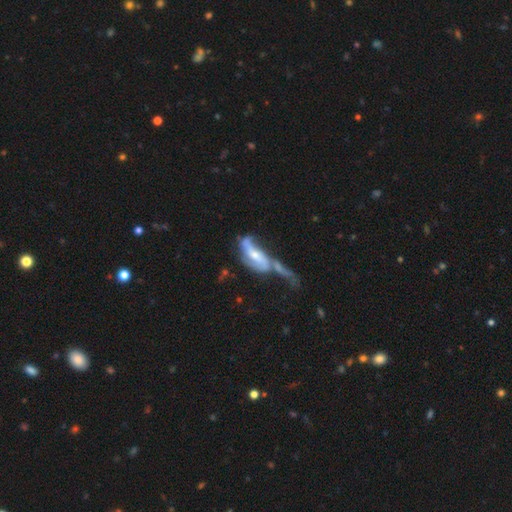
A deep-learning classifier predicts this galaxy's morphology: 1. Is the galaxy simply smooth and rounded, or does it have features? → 71% featured or disk, 22% smooth, 7% star or artifact.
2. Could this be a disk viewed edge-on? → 88% no, 12% yes.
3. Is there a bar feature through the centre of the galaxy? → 41% no, 36% weak, 22% strong.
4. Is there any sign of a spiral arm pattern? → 80% yes, 20% no.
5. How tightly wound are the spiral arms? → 54% loose, 30% medium, 16% tight.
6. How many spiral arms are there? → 72% 2, 15% can't tell, 7% 1, 3% 3, 2% 4, 1% more than 4.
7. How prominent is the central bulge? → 47% moderate, 43% small, 5% none, 4% large, 1% dominant.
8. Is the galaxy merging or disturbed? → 44% merger, 28% major disturbance, 15% none, 14% minor disturbance.